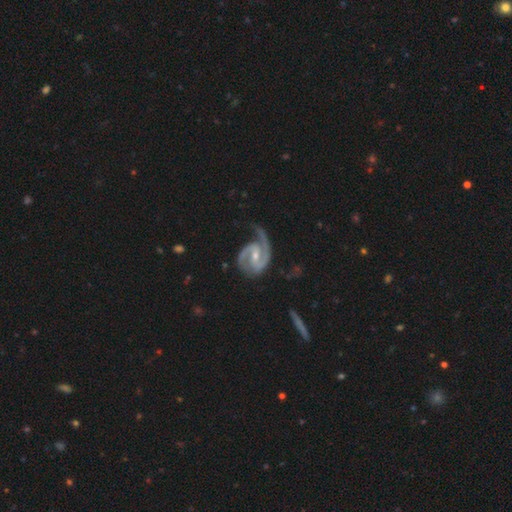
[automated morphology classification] A featured or disk galaxy (93%) with a weak bar (49%), 2 (87%) medium (56%) spiral arms (98%) and a small central bulge (53%). Merging: none (58%).